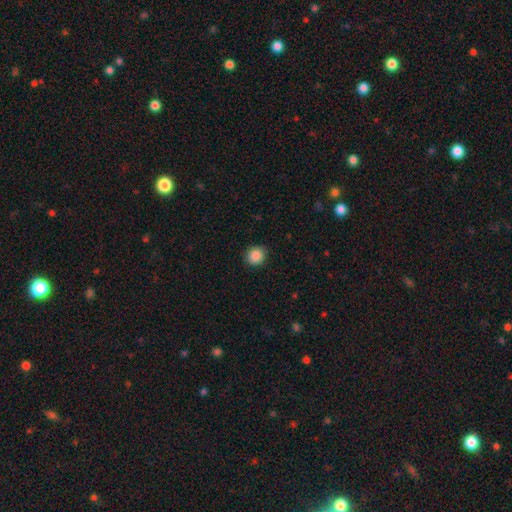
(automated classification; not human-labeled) smooth-or-featured: smooth: 88% | star or artifact: 9% | featured or disk: 3%
  how-rounded: round: 86% | in between: 14% | cigar-shaped: 1%
  merging: none: 89% | minor disturbance: 7% | major disturbance: 2% | merger: 1%